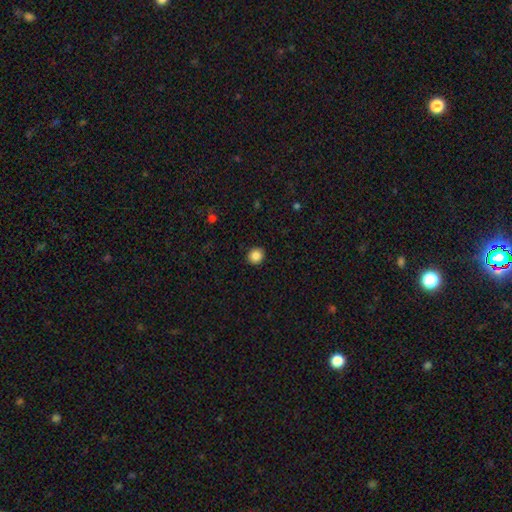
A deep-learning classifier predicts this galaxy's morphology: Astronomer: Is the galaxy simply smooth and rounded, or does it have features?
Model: smooth — 86%.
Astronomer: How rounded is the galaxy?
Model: round — 87%.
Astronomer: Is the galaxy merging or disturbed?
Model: none — 92%.